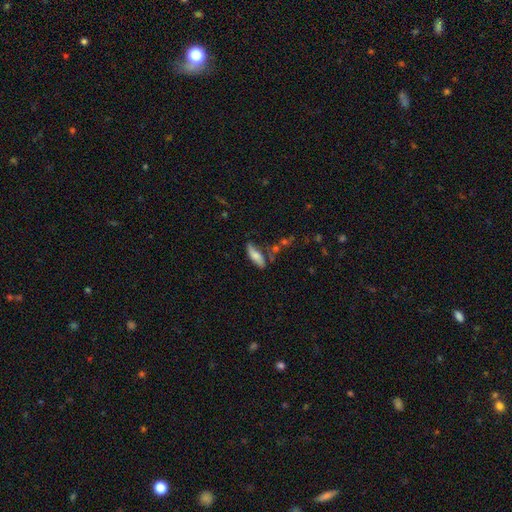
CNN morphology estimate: smooth-or-featured: smooth: 66% | featured or disk: 26% | star or artifact: 7%
  how-rounded: in between: 59% | cigar-shaped: 38% | round: 3%
  merging: none: 57% | minor disturbance: 26% | merger: 9% | major disturbance: 8%